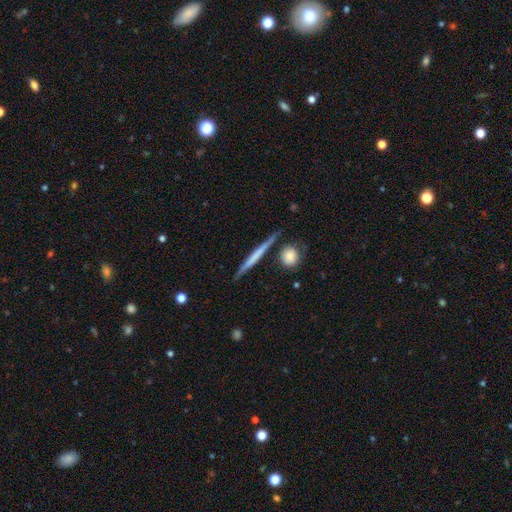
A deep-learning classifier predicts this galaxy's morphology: Smooth or featured? Predicted: featured or disk (p=0.48). Merging? Predicted: none (p=0.85).